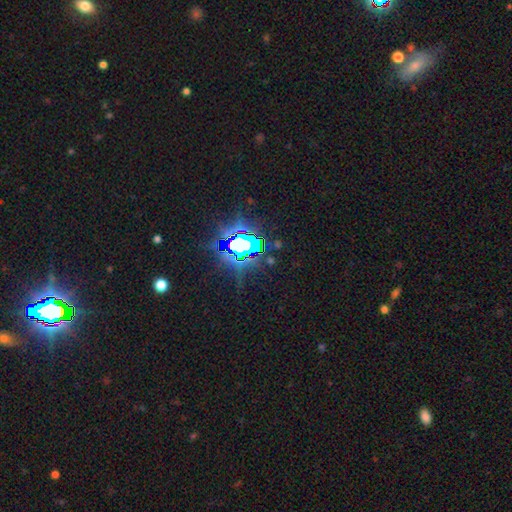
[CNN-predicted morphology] smooth-or-featured: star or artifact: 84% | smooth: 9% | featured or disk: 6%